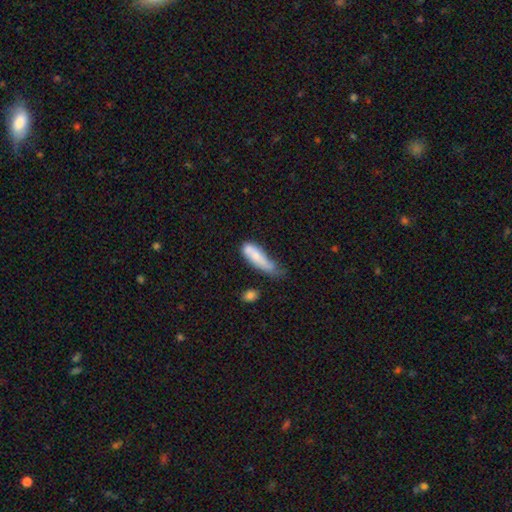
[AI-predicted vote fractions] Overall: smooth (69%). How rounded: cigar-shaped (51%; in between 47%). Merging: minor disturbance (35%; none 27%).